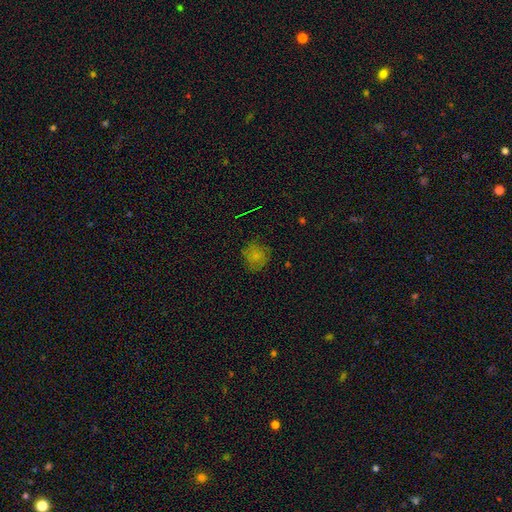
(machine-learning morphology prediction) Q: Smooth or featured?
A: smooth (72%); runner-up: star or artifact (15%)
Q: How rounded?
A: round (85%); runner-up: in between (14%)
Q: Merging?
A: none (74%); runner-up: minor disturbance (19%)